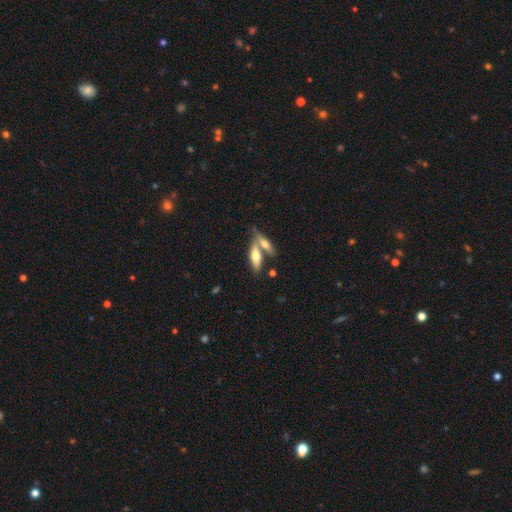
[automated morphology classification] The model was most divided on "merging": merger: 46%, none: 42%, minor disturbance: 9%, major disturbance: 3%. More confident: how rounded — in between (62%); smooth or featured — smooth (60%).